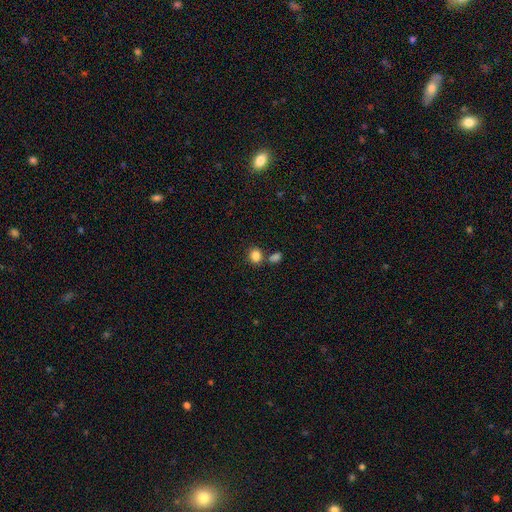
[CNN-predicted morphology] This appears to be a smooth galaxy with no disk features (85%) that is round (61%). Merging: none (67%).